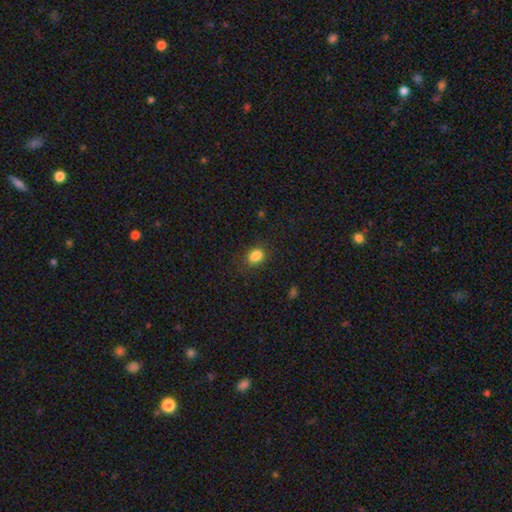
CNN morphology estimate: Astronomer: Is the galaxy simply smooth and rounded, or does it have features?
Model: smooth — 82%.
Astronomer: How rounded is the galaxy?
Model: in between — 59% (runner-up: round, 40%).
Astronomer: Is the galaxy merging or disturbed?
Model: none — 68%.